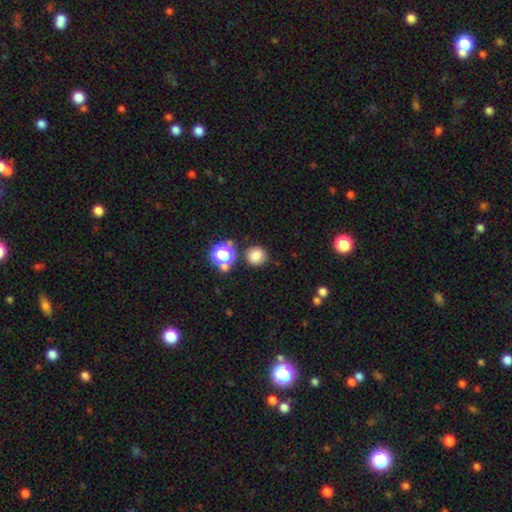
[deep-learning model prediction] smooth-or-featured: smooth: 78% | star or artifact: 16% | featured or disk: 6%
  how-rounded: round: 89% | in between: 10% | cigar-shaped: 1%
  merging: none: 80% | minor disturbance: 10% | merger: 7% | major disturbance: 3%